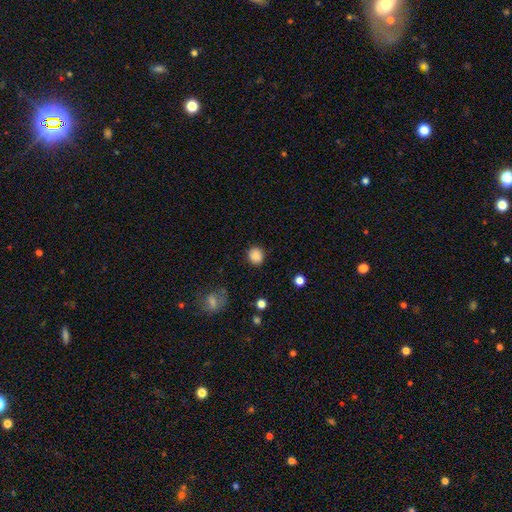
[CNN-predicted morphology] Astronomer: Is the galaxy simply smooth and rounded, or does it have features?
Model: smooth — 86%.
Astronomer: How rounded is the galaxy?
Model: round — 81%.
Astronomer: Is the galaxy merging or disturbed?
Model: none — 86%.